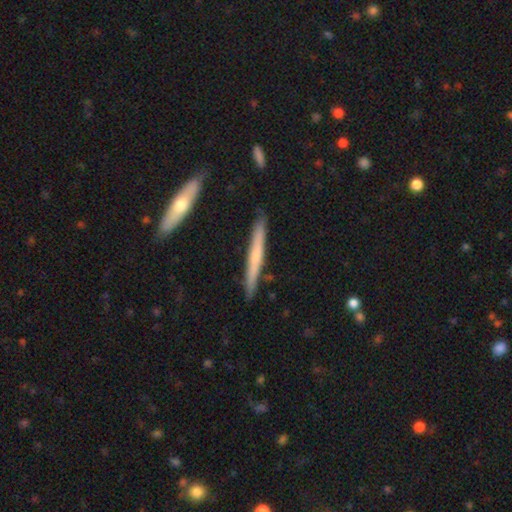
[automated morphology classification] Q: Smooth or featured?
A: featured or disk (50%); runner-up: smooth (45%)
Q: Merging?
A: none (88%); runner-up: minor disturbance (8%)